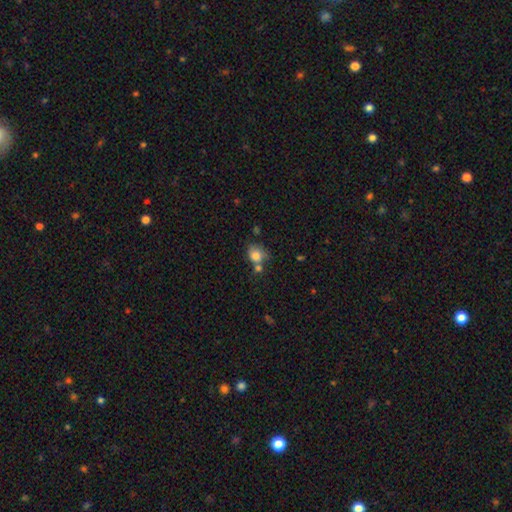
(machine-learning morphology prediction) Smooth or featured? Predicted: smooth (p=0.81). How rounded? Predicted: round (p=0.62). Merging? Predicted: none (p=0.48).